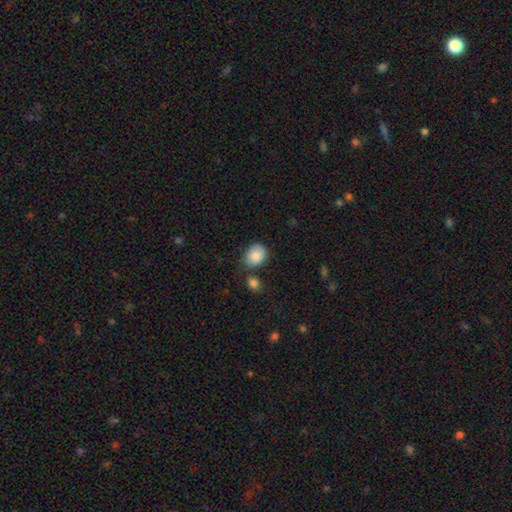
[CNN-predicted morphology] This is clearly a smooth galaxy (88%). How rounded: possibly round (51%). Merging: likely none (65%).